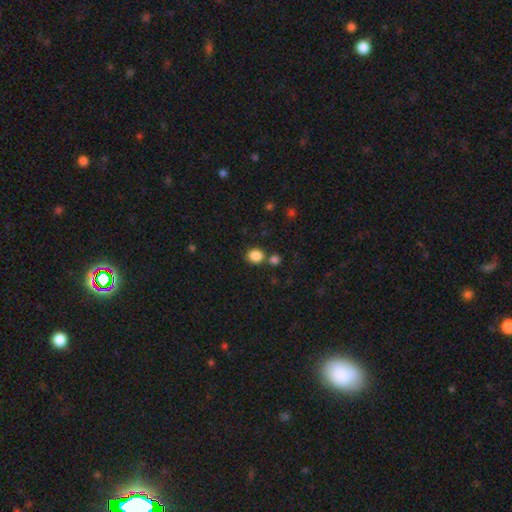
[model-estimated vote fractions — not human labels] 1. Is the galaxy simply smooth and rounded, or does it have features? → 86% smooth, 10% star or artifact, 4% featured or disk.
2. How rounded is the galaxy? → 62% round, 37% in between, 1% cigar-shaped.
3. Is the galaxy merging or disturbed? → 68% none, 18% merger, 10% minor disturbance, 3% major disturbance.